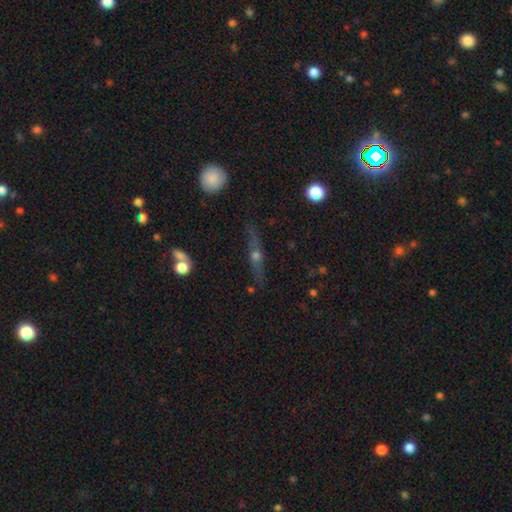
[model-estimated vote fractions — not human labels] Morphology: type=featured or disk (67%); edge-on=yes (91%); edge-on bulge=rounded (92%); merging=none (79%).